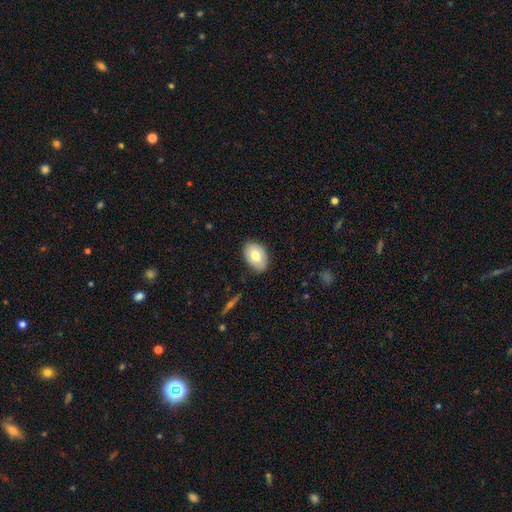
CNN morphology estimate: Q: Smooth or featured?
A: smooth (71%); runner-up: featured or disk (22%)
Q: How rounded?
A: in between (84%); runner-up: round (14%)
Q: Merging?
A: none (78%); runner-up: minor disturbance (18%)